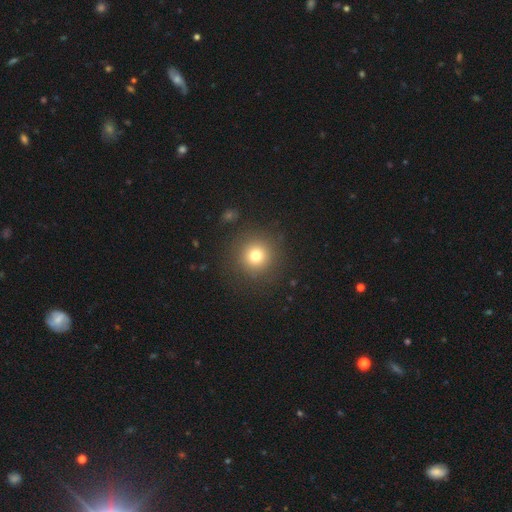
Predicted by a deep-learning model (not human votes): Overall: smooth (76%). How rounded: round (95%). Merging: none (88%).